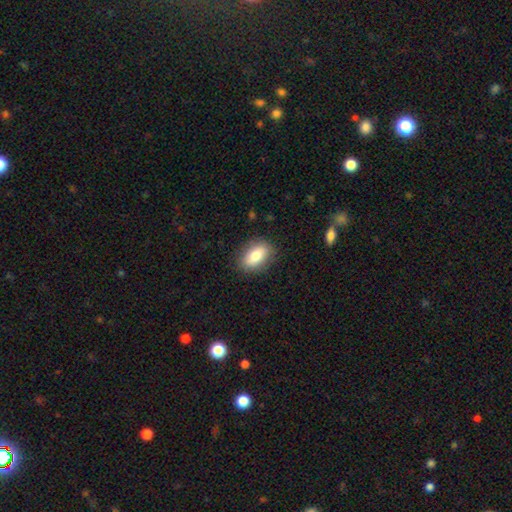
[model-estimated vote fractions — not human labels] smooth 78%, featured or disk 15%, star or artifact 7%. Down the decision tree: how rounded — in between (86%); merging — none (85%).